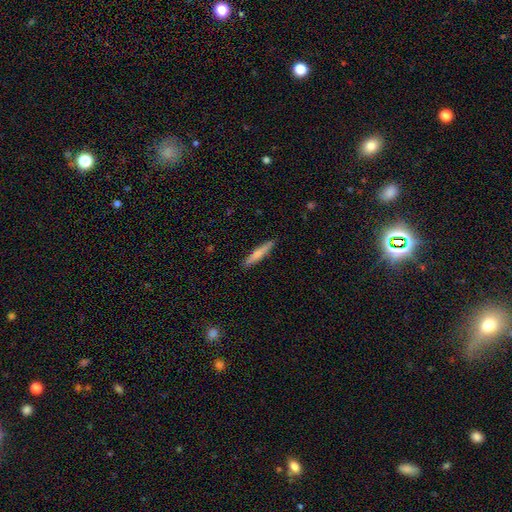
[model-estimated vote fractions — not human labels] This appears to be a smooth galaxy with no disk features (55%) that is cigar-shaped (93%). Merging: none (91%).